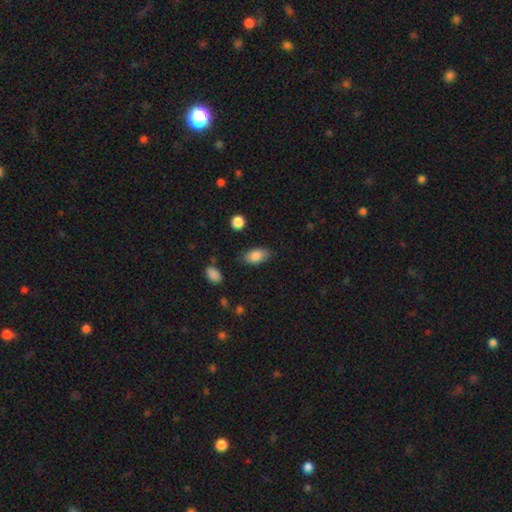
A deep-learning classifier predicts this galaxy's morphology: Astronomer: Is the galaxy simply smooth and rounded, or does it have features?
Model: smooth — 85%.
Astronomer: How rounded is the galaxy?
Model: in between — 91%.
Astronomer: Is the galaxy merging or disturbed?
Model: none — 79%.